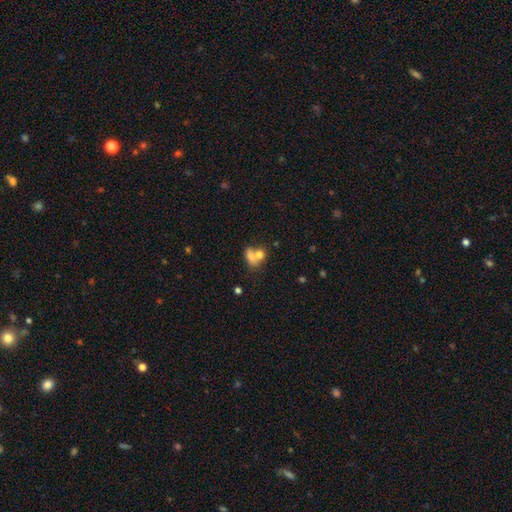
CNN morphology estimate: Smooth or featured? smooth (71%)
How rounded? in between (59%)
Merging? merger (60%)